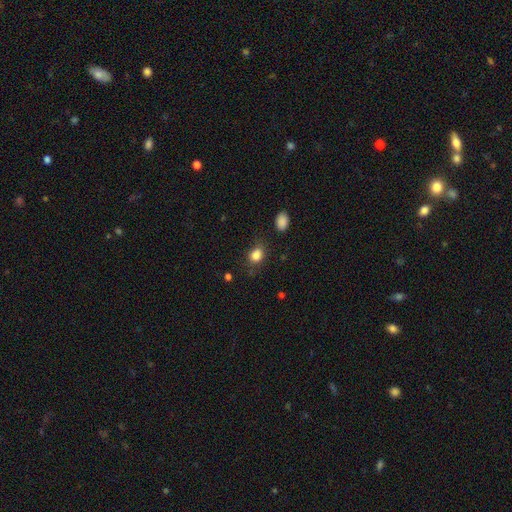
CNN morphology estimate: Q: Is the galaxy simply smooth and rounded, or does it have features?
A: smooth — 84%.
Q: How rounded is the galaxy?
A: in between — 54%.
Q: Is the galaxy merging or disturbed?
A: none — 73%.